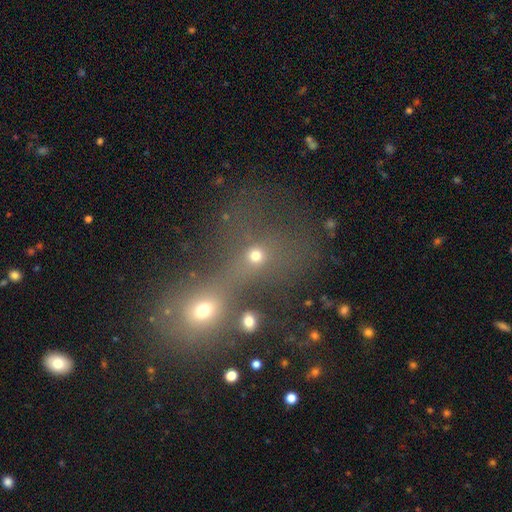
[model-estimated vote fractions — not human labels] smooth_or_featured: smooth (p=0.65) [alt: star or artifact p=0.22]
how_rounded: round (p=0.71) [alt: in between p=0.24]
merging: merger (p=0.56) [alt: none p=0.30]